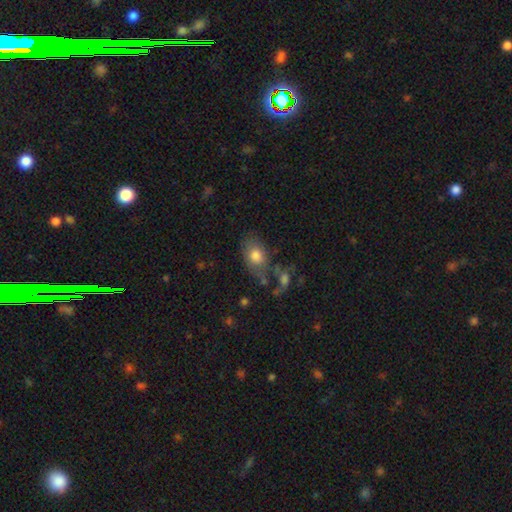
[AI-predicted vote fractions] Morphology: type=smooth (75%); roundness=in between (80%); merging=none (54%).